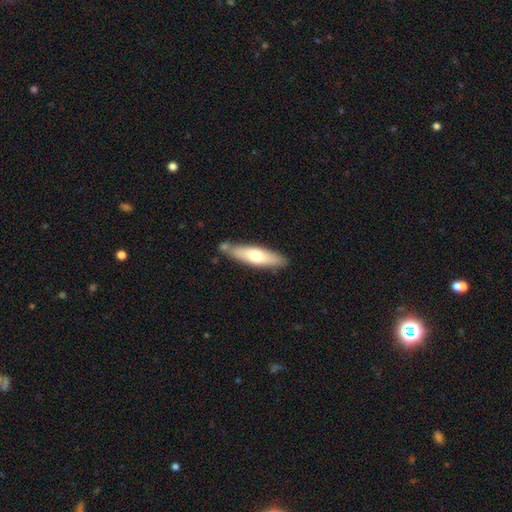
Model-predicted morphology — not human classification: smooth-or-featured: smooth: 60% | featured or disk: 35% | star or artifact: 5%
  how-rounded: cigar-shaped: 69% | in between: 30% | round: 2%
  merging: none: 73% | minor disturbance: 15% | merger: 9% | major disturbance: 3%